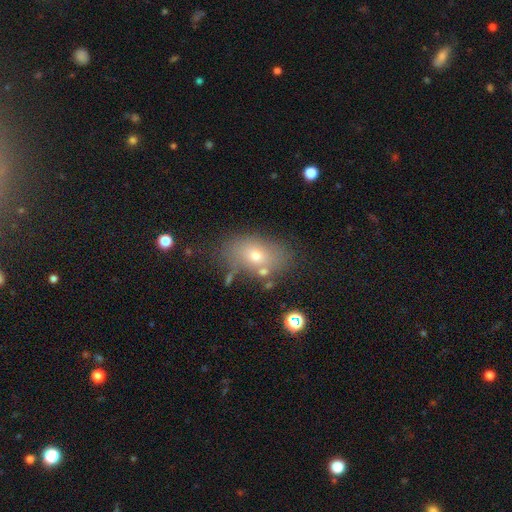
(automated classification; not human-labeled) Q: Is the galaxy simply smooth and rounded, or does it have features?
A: smooth — 68%.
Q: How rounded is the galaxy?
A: in between — 83%.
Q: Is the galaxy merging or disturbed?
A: none — 70%.